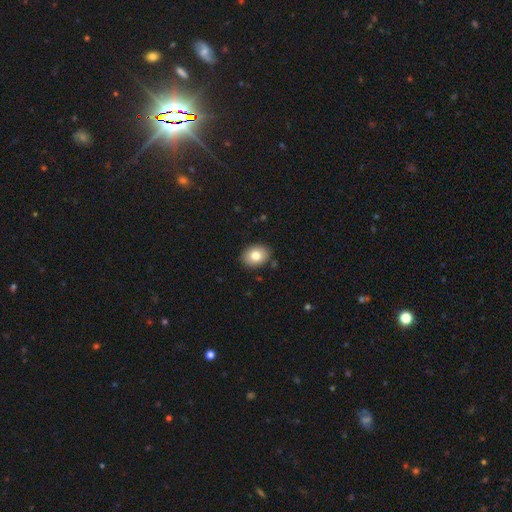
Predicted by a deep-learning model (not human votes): Smooth or featured? Predicted: smooth (p=0.79). How rounded? Predicted: in between (p=0.64). Merging? Predicted: none (p=0.88).